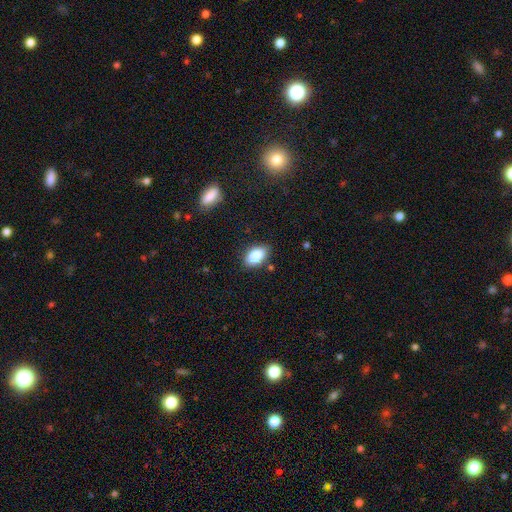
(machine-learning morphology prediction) type=smooth (83%); roundness=in between (90%); merging=none (81%).